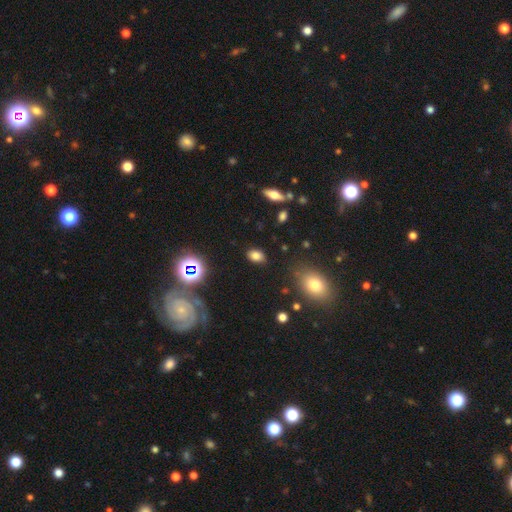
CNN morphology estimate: smooth-or-featured: smooth: 76% | star or artifact: 16% | featured or disk: 9%
  how-rounded: in between: 79% | round: 20% | cigar-shaped: 2%
  merging: none: 83% | minor disturbance: 11% | major disturbance: 3% | merger: 2%